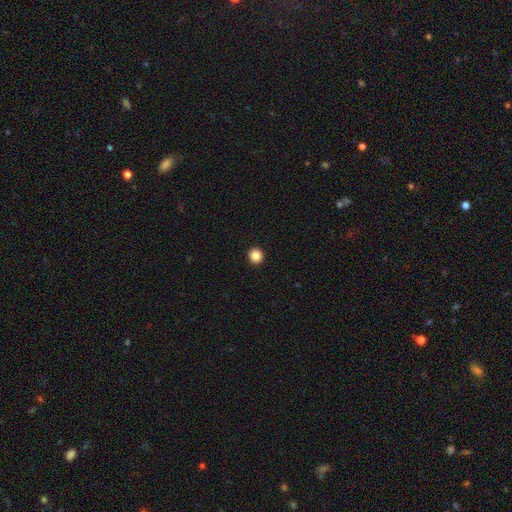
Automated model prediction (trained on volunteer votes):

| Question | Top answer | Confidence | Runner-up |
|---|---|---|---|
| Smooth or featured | smooth | 86% | star or artifact (11%) |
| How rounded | round | 94% | in between (5%) |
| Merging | none | 94% | minor disturbance (4%) |